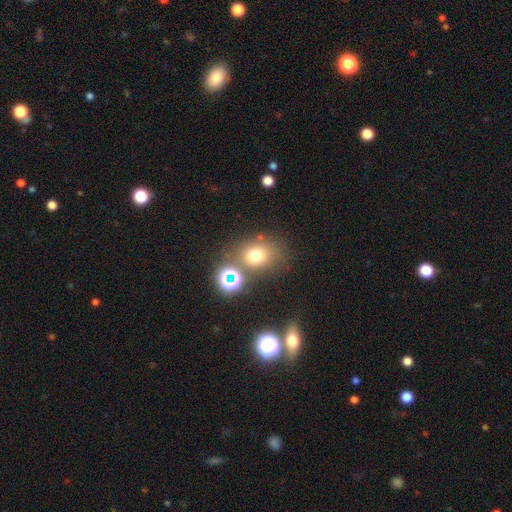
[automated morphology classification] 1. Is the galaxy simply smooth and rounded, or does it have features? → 69% smooth, 20% star or artifact, 10% featured or disk.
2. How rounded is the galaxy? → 60% round, 39% in between, 1% cigar-shaped.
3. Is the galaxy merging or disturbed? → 67% none, 14% merger, 13% minor disturbance, 6% major disturbance.